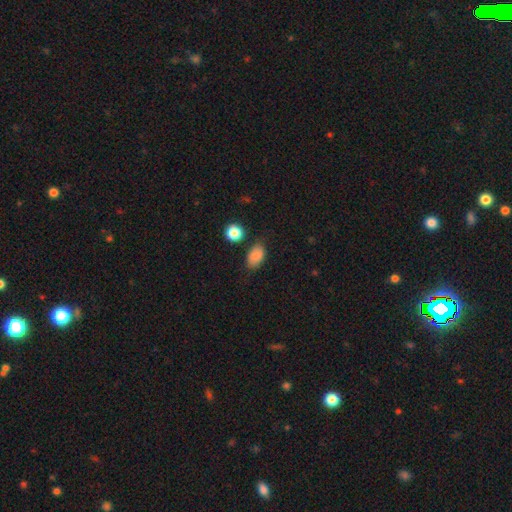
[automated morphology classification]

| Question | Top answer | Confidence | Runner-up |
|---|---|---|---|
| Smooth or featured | smooth | 83% | star or artifact (9%) |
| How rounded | in between | 86% | round (12%) |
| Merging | none | 72% | minor disturbance (20%) |